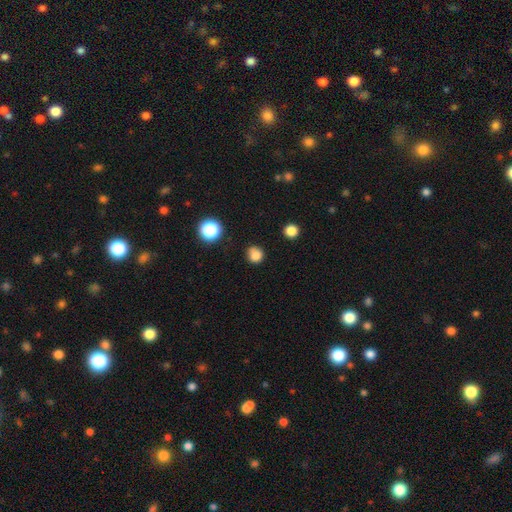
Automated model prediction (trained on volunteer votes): The model was most divided on "merging": none: 71%, minor disturbance: 19%, major disturbance: 5%, merger: 5%. More confident: how rounded — round (84%); smooth or featured — smooth (81%).